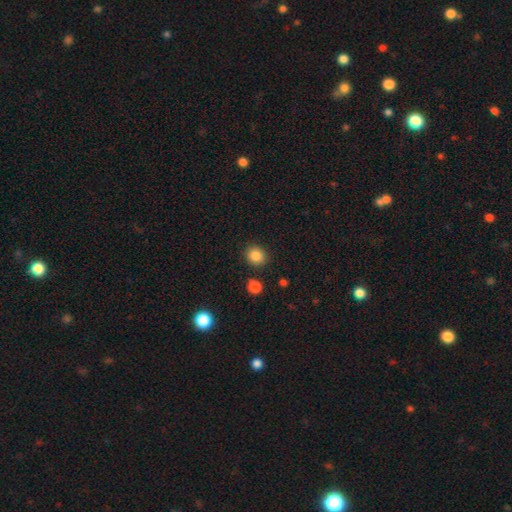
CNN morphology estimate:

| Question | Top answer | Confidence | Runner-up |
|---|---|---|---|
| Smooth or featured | smooth | 86% | star or artifact (10%) |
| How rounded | round | 82% | in between (18%) |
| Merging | none | 86% | minor disturbance (8%) |